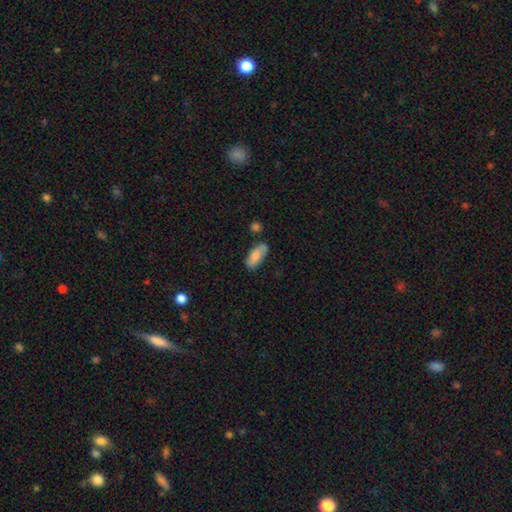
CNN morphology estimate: Smooth or featured? Predicted: smooth (p=0.74). How rounded? Predicted: in between (p=0.81). Merging? Predicted: none (p=0.71).